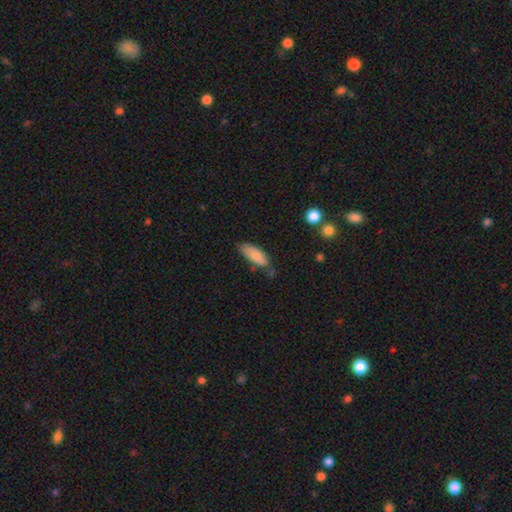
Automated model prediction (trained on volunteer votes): Smooth or featured?
  - smooth: 83% *
  - featured or disk: 11%
  - star or artifact: 7%
How rounded?
  - in between: 72% *
  - cigar-shaped: 26%
  - round: 2%
Merging?
  - none: 59% *
  - minor disturbance: 29%
  - major disturbance: 6%
  - merger: 6%